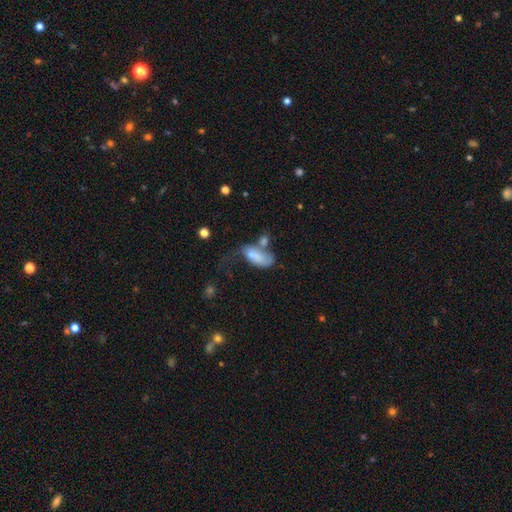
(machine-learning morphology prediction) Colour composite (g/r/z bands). It shows a smooth galaxy with no disk features (68%) that is in between round and cigar-shaped (87%). Merging: merger (37%).